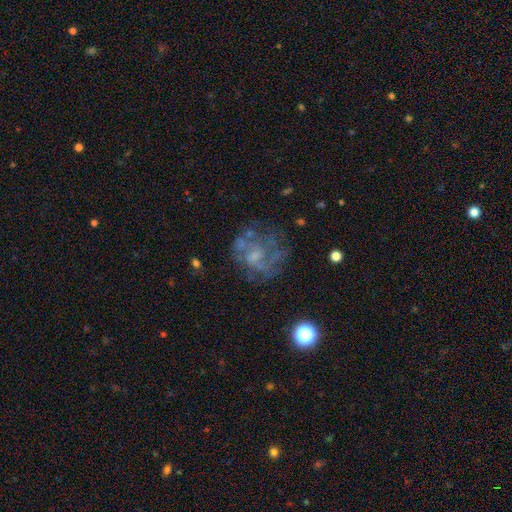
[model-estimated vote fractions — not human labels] smooth-or-featured: featured or disk: 68% | smooth: 19% | star or artifact: 13%
  disk-edge-on: no: 98% | yes: 2%
    bar: no: 66% | weak: 29% | strong: 5%
    has-spiral-arms: yes: 62% | no: 38%
    bulge-size: small: 34% | none: 31% | moderate: 30% | large: 4% | dominant: 1%
  merging: none: 55% | major disturbance: 22% | minor disturbance: 19% | merger: 4%